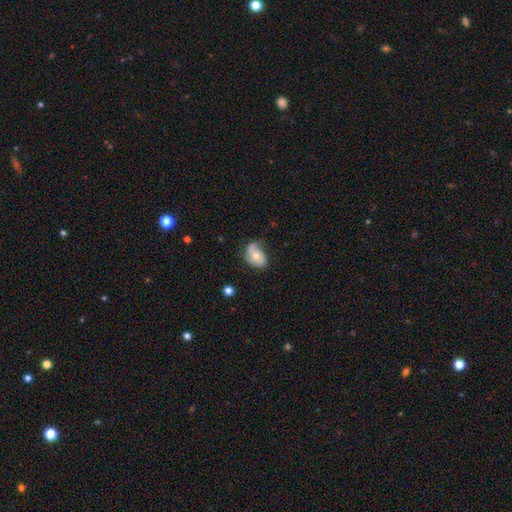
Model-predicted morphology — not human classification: Overall: featured or disk (49%; smooth 44%). Merging: none (44%; minor disturbance 36%).